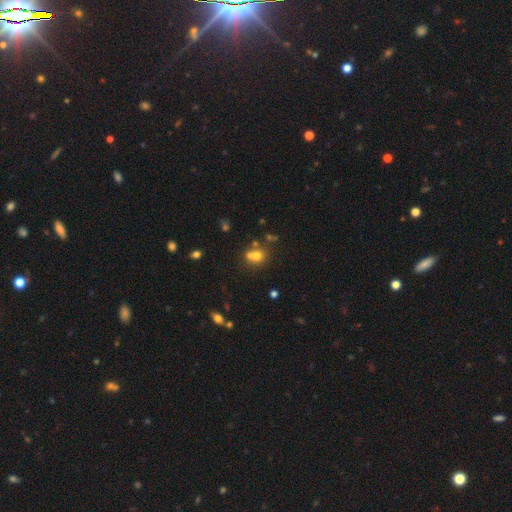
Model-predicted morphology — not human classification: Smooth or featured?
  - smooth: 67% *
  - featured or disk: 17%
  - star or artifact: 16%
How rounded?
  - round: 71% *
  - in between: 28%
  - cigar-shaped: 1%
Merging?
  - none: 45% *
  - merger: 41%
  - minor disturbance: 10%
  - major disturbance: 5%